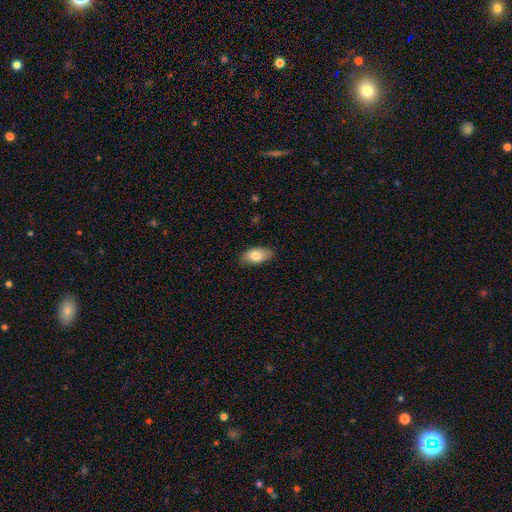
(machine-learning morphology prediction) Smooth or featured? Predicted: smooth (p=0.79). How rounded? Predicted: in between (p=0.92). Merging? Predicted: none (p=0.85).